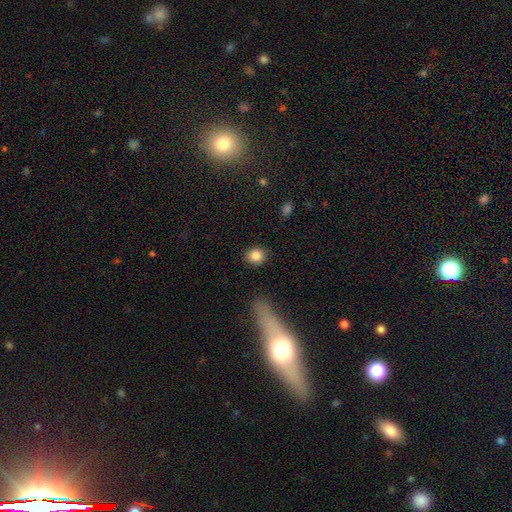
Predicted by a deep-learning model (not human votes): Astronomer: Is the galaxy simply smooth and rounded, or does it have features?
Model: smooth — 84%.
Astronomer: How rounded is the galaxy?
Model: round — 76%.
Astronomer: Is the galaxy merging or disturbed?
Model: none — 89%.